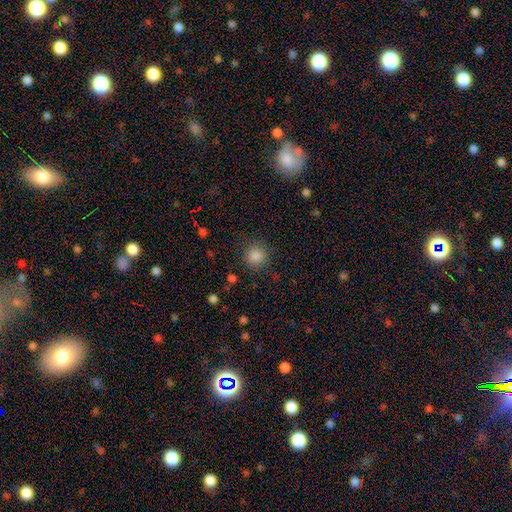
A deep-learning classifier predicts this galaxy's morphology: Smooth or featured? smooth (84%)
How rounded? round (93%)
Merging? none (87%)